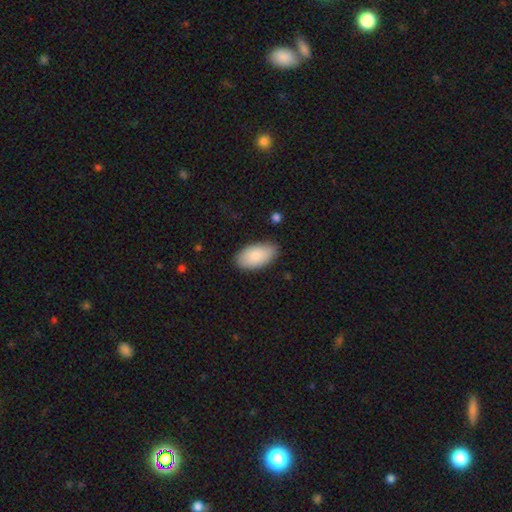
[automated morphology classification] smooth 85%, featured or disk 9%, star or artifact 6%. Down the decision tree: how rounded — in between (96%); merging — none (83%).